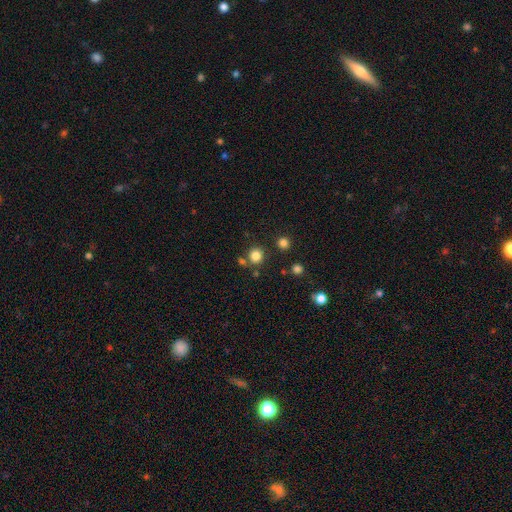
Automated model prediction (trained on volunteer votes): This appears to be a smooth galaxy with no disk features (82%) that is round (90%). Merging: none (80%).